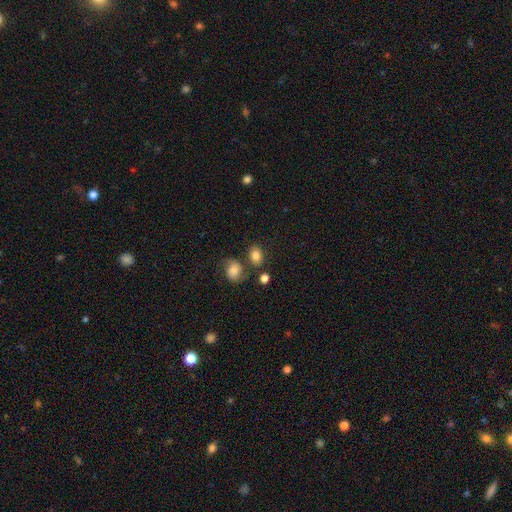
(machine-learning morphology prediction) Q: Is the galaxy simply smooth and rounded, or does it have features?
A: smooth — 81%.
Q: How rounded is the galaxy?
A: in between — 64%.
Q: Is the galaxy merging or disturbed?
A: none — 68%.